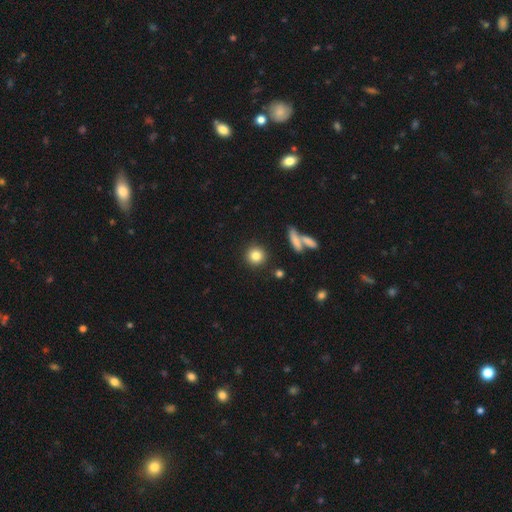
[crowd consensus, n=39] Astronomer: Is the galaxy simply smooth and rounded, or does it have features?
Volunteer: smooth — 92%.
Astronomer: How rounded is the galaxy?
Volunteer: round — 92%.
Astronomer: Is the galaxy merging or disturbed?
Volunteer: none — 81%.